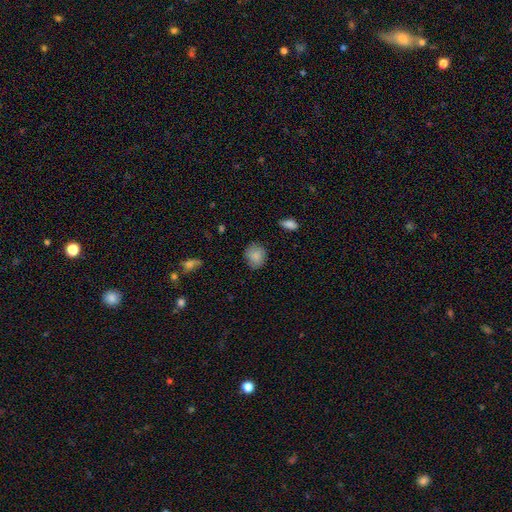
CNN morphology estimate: The model was most divided on "how rounded": round: 68%, in between: 31%, cigar-shaped: 1%. More confident: smooth or featured — smooth (86%); merging — none (79%).